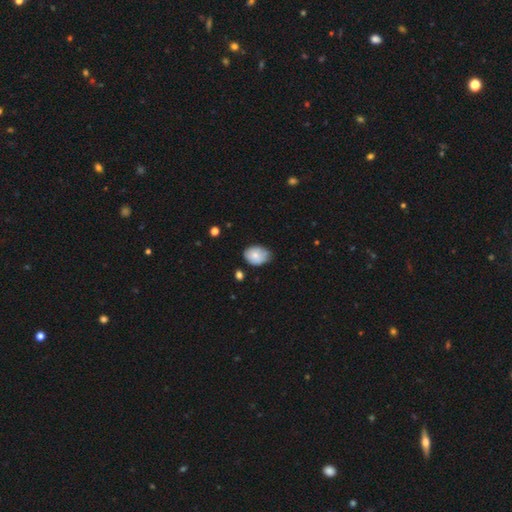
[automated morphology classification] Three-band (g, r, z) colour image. It shows a smooth galaxy with no disk features (77%) that is in between round and cigar-shaped (74%). Merging: none (56%).